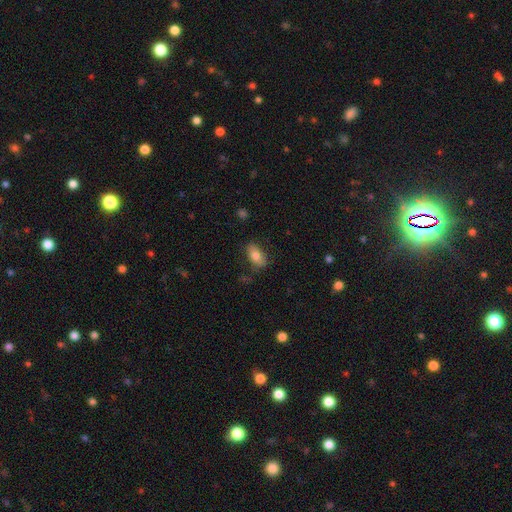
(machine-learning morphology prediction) A smooth galaxy with no disk features (78%) that is in between round and cigar-shaped (90%).

Vote fractions:
- Smooth or featured? smooth: 78% / featured or disk: 14% / star or artifact: 8%
- How rounded? in between: 90% / round: 5% / cigar-shaped: 5%
- Merging? none: 75% / minor disturbance: 18% / major disturbance: 5% / merger: 2%